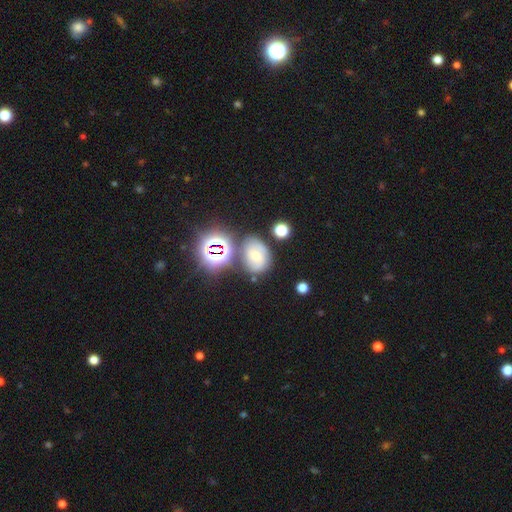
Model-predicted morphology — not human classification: Smooth or featured? Predicted: smooth (p=0.40). Merging? Predicted: none (p=0.64).